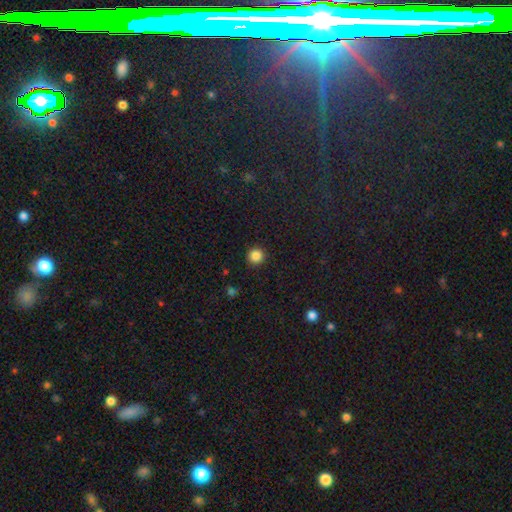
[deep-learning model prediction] A smooth galaxy with no disk features (85%) that is round (95%).

Vote fractions:
- Smooth or featured? smooth: 85% / star or artifact: 11% / featured or disk: 3%
- How rounded? round: 95% / in between: 4% / cigar-shaped: 1%
- Merging? none: 92% / minor disturbance: 5% / major disturbance: 2% / merger: 1%